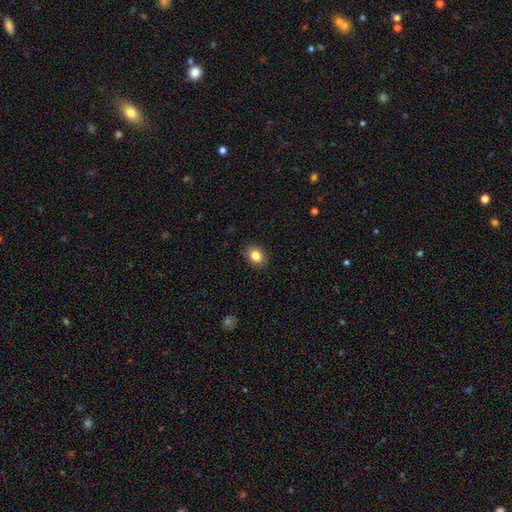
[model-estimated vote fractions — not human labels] Morphology: type=smooth (85%); roundness=in between (65%); merging=none (89%).